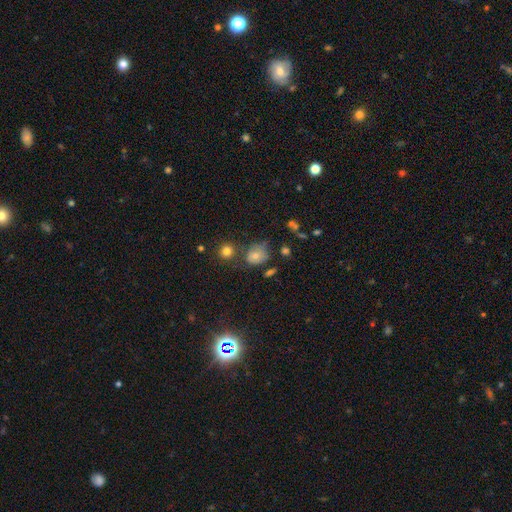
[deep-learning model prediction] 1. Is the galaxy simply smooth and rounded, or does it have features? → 69% smooth, 17% featured or disk, 14% star or artifact.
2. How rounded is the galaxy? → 63% round, 36% in between, 1% cigar-shaped.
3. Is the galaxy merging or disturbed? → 57% none, 25% minor disturbance, 10% major disturbance, 8% merger.